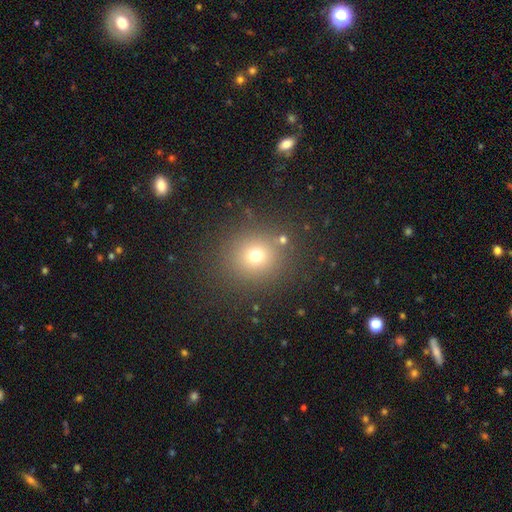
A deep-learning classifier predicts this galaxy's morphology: Smooth or featured? Predicted: smooth (p=0.70). How rounded? Predicted: round (p=0.86). Merging? Predicted: none (p=0.84).